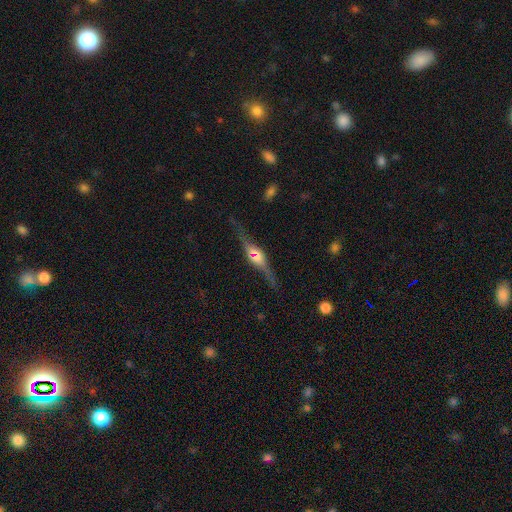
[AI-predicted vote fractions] A featured or disk galaxy (81%) viewed edge-on (94%) with a rounded central bulge (80%). Merging: none (79%).